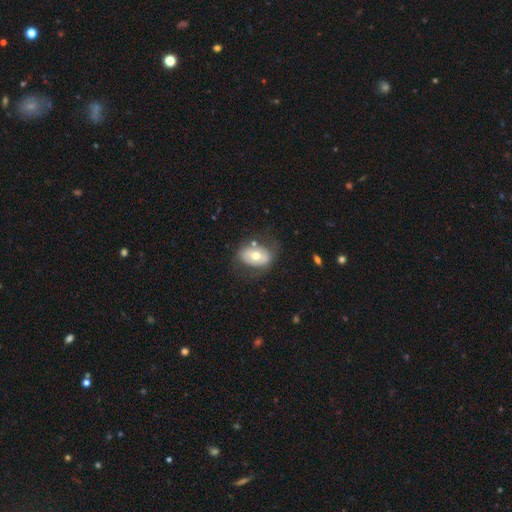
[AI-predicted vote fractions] smooth 50%, featured or disk 43%, star or artifact 7%. Down the decision tree: how rounded — in between (79%); merging — none (65%).